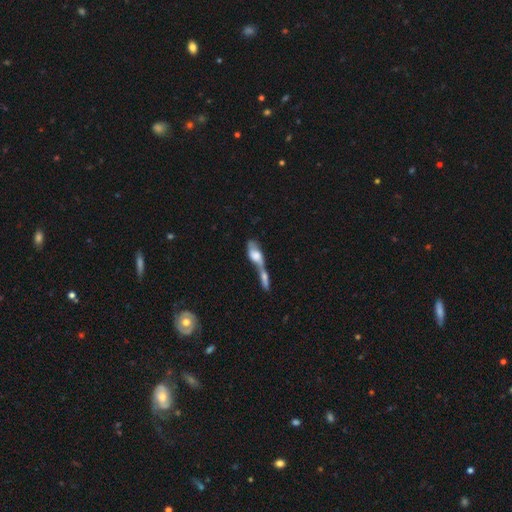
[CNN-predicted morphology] smooth_or_featured: featured or disk (p=0.46) [alt: smooth p=0.45]
merging: merger (p=0.79) [alt: none p=0.09]